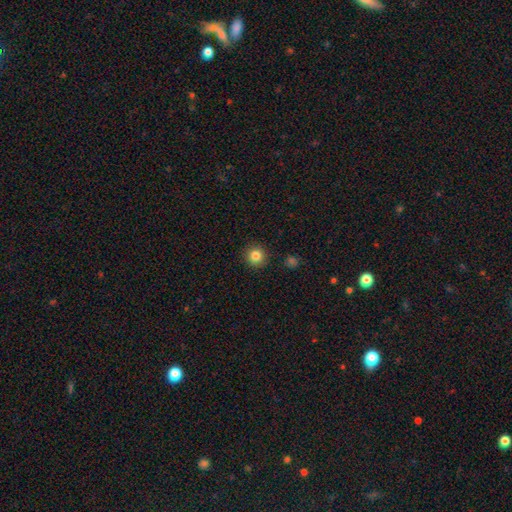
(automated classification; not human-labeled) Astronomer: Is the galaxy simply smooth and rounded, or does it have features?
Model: smooth — 84%.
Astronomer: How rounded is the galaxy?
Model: round — 94%.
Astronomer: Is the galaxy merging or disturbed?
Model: none — 92%.